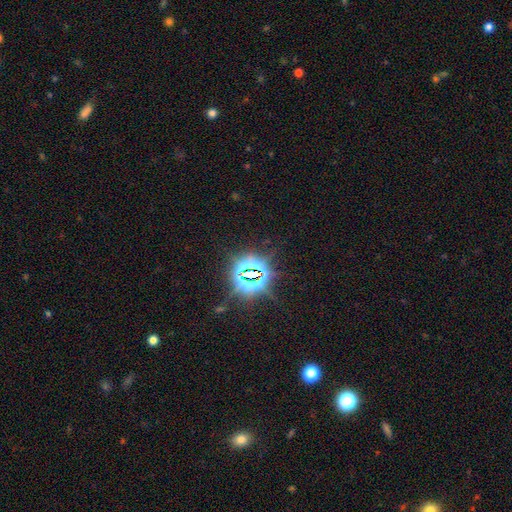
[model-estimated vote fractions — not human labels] A star or artifact, not a galaxy (82%).

Vote fractions:
- Smooth or featured? star or artifact: 82% / smooth: 11% / featured or disk: 7%